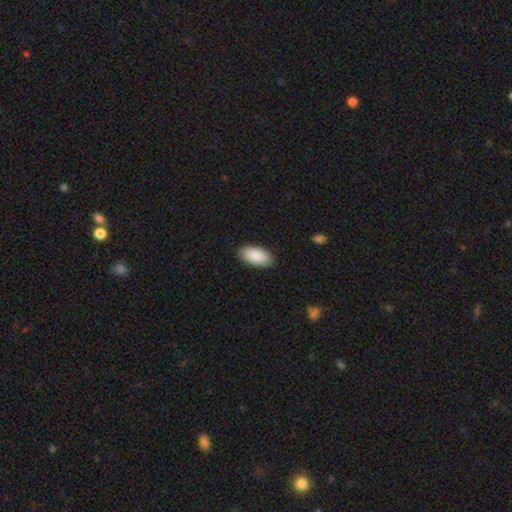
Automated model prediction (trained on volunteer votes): This appears to be a smooth galaxy with no disk features (90%) that is in between round and cigar-shaped (94%). Merging: none (89%).